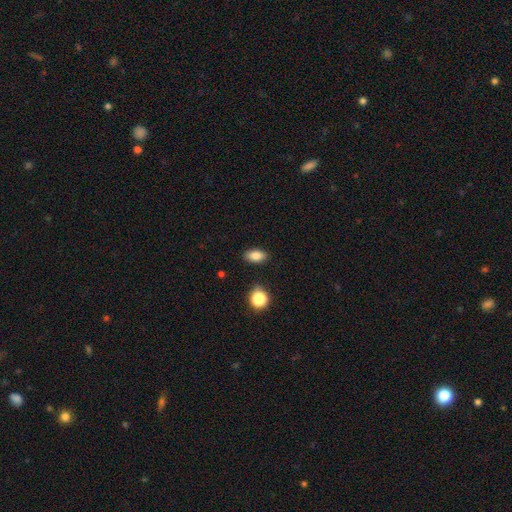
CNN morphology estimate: type=smooth (82%); roundness=in between (88%); merging=none (87%).